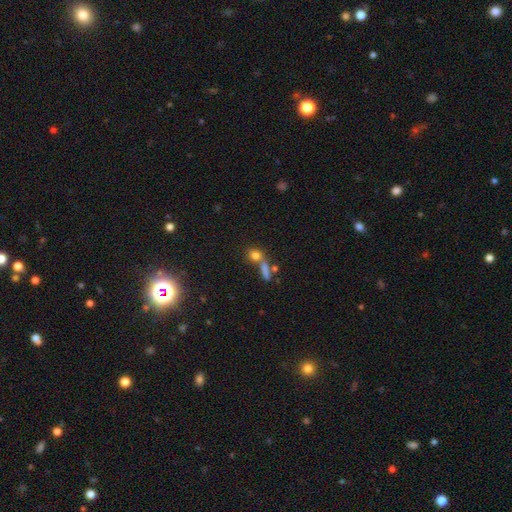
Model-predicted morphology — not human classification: Smooth or featured? Predicted: smooth (p=0.76). How rounded? Predicted: round (p=0.72). Merging? Predicted: none (p=0.55).